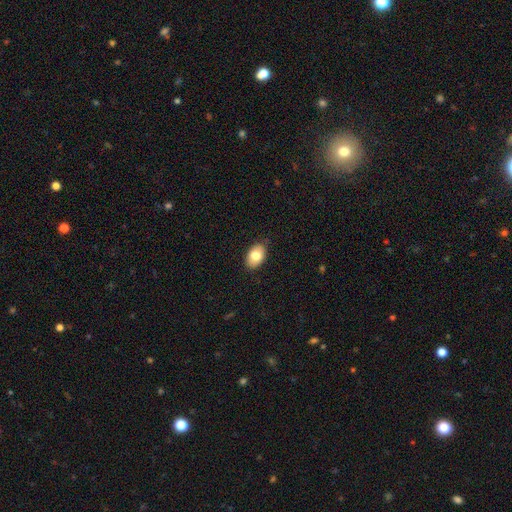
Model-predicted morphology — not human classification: type=smooth (79%); roundness=in between (88%); merging=none (86%).